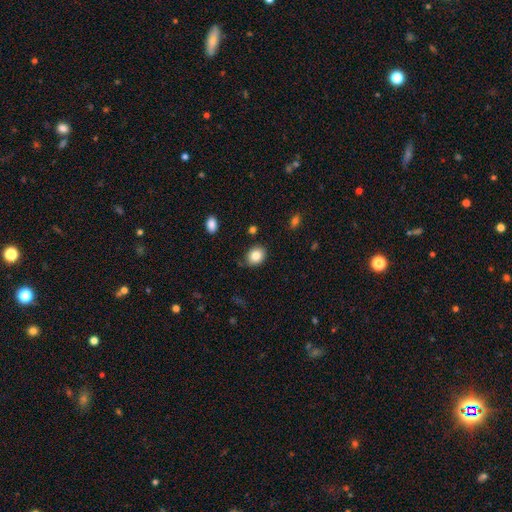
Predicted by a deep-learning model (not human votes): Smooth or featured? Predicted: smooth (p=0.84). How rounded? Predicted: in between (p=0.50). Merging? Predicted: none (p=0.85).